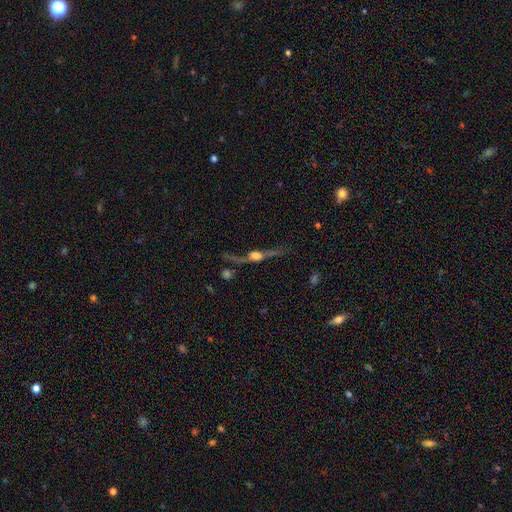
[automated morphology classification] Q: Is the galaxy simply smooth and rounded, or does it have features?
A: featured or disk — 80%.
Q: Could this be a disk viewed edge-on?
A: yes — 87%.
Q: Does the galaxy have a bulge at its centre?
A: rounded — 93%.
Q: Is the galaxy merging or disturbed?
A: none — 68%.